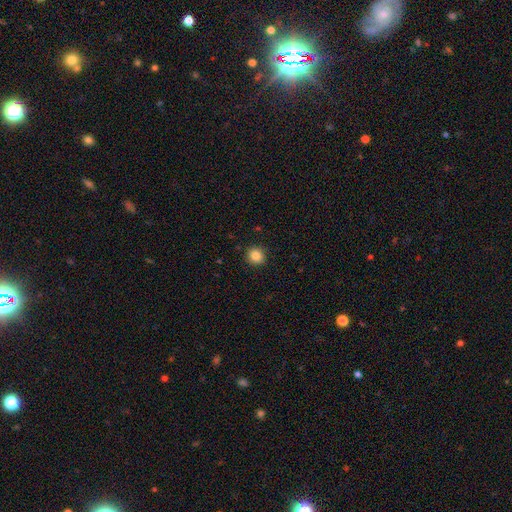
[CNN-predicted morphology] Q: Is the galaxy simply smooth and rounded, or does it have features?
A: smooth — 87%.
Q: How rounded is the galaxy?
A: round — 89%.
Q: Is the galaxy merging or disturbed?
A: none — 91%.